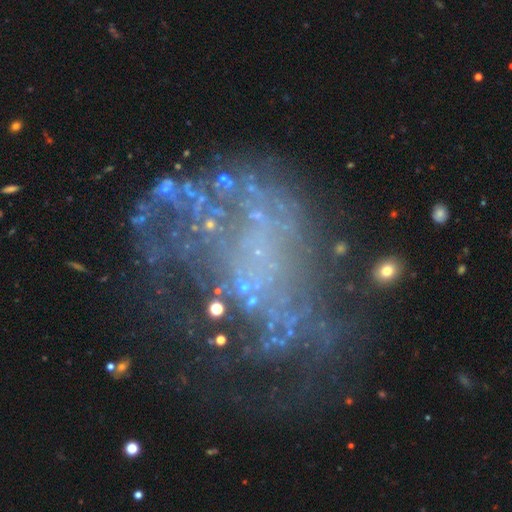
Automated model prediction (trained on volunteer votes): The model was most divided on "merging": major disturbance: 42%, none: 36%, minor disturbance: 16%, merger: 7%. More confident: edge-on disk — no (98%); bar — no (88%); bulge size — none (80%); spiral arms — no (76%); smooth or featured — featured or disk (62%).